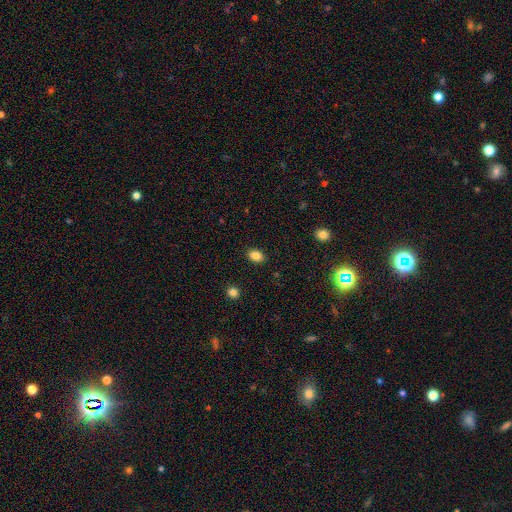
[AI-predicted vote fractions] Overall: smooth (85%). How rounded: in between (78%). Merging: none (89%).